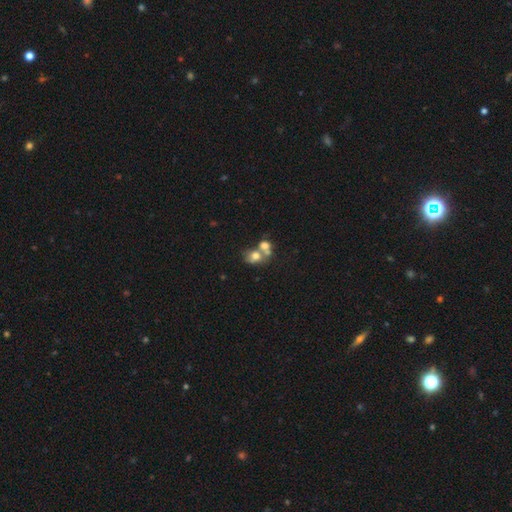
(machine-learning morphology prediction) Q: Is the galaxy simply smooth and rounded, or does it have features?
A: smooth — 67%.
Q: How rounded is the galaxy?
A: round — 58%.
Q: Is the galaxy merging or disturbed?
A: merger — 60%.